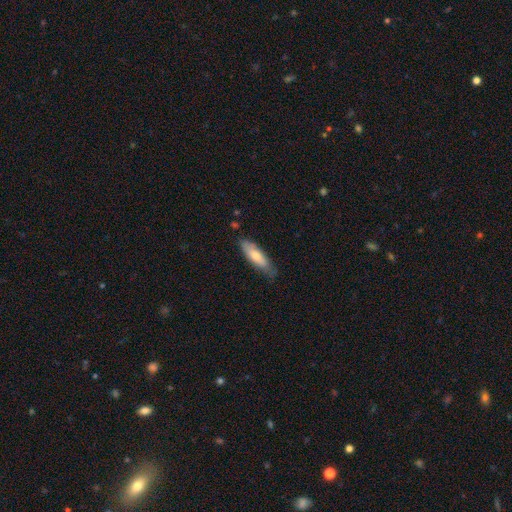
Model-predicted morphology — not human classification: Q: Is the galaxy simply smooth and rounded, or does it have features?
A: smooth — 70%.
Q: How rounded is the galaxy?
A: cigar-shaped — 51%.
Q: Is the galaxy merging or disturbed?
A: none — 70%.